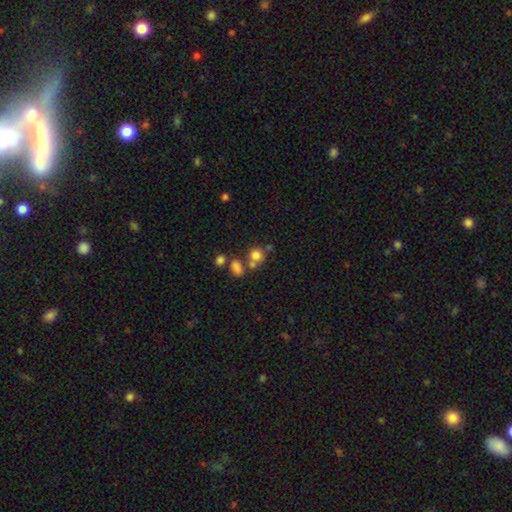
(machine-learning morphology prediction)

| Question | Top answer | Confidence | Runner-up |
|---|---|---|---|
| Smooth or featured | smooth | 77% | star or artifact (14%) |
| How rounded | round | 81% | in between (18%) |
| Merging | none | 53% | merger (32%) |